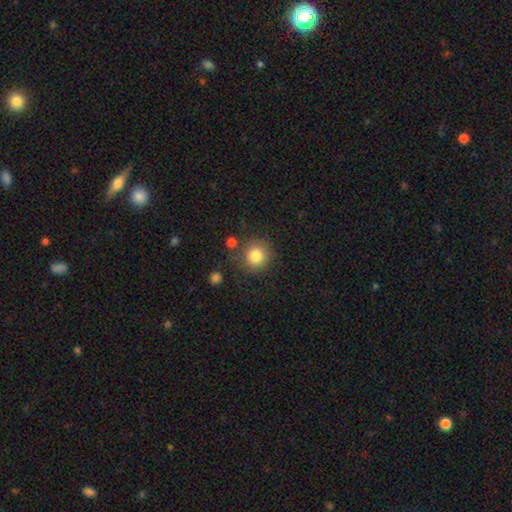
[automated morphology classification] smooth_or_featured: smooth (p=0.84) [alt: star or artifact p=0.10]
how_rounded: round (p=0.92) [alt: in between p=0.07]
merging: none (p=0.81) [alt: minor disturbance p=0.10]